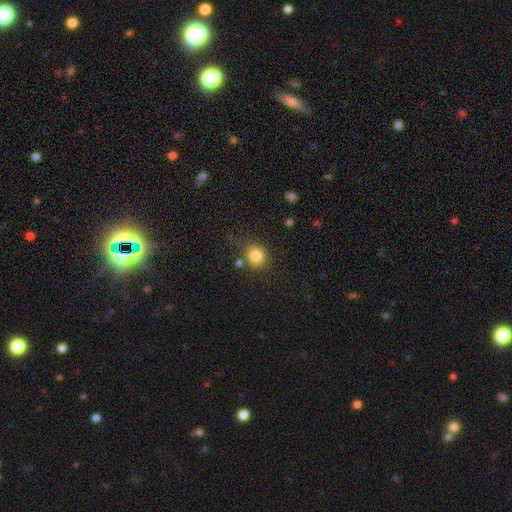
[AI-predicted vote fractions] smooth_or_featured: smooth (p=0.83) [alt: star or artifact p=0.11]
how_rounded: round (p=0.84) [alt: in between p=0.15]
merging: none (p=0.78) [alt: minor disturbance p=0.12]